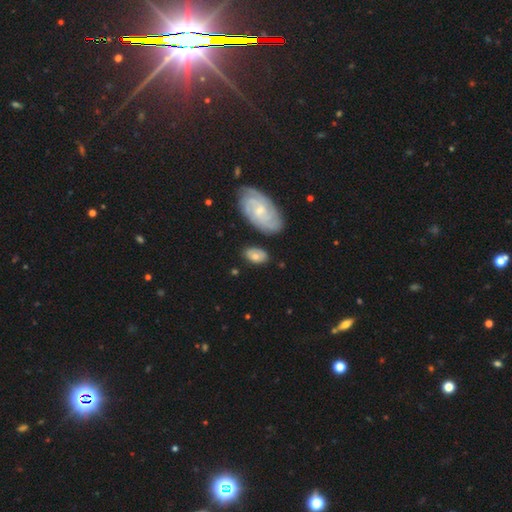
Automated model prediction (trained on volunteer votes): Q: Smooth or featured?
A: smooth (54%); runner-up: featured or disk (38%)
Q: How rounded?
A: in between (88%); runner-up: round (10%)
Q: Merging?
A: none (74%); runner-up: minor disturbance (16%)